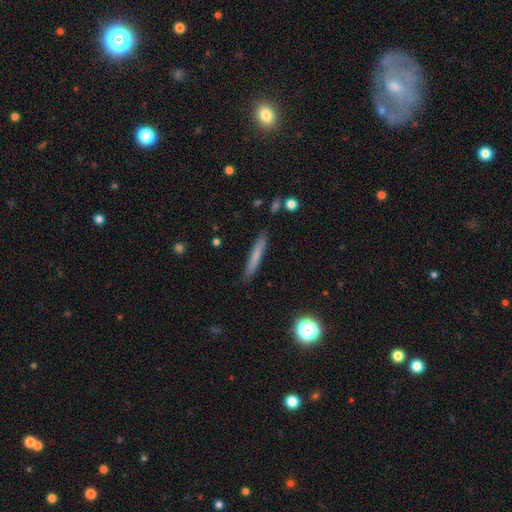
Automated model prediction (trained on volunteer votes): Overall: smooth (68%). How rounded: cigar-shaped (95%). Merging: none (87%).